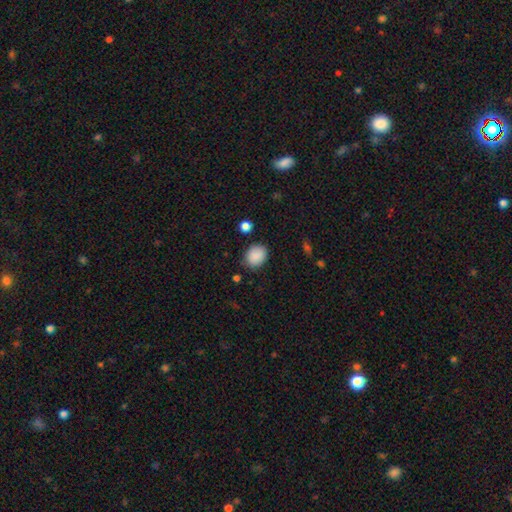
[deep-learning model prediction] A smooth galaxy with no disk features (89%) that is round (51%). Merging: none (78%).